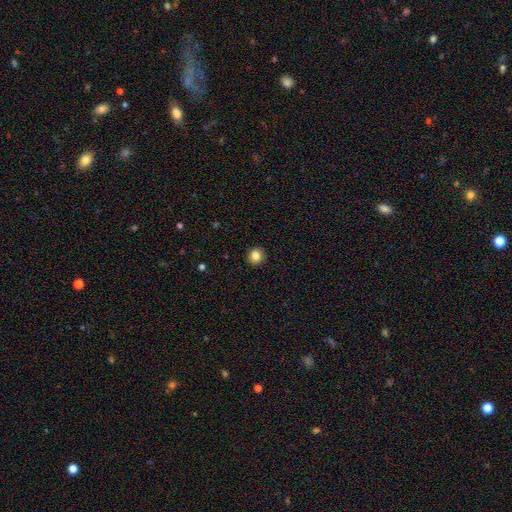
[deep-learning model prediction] A smooth galaxy with no disk features (84%) that is round (89%).

Vote fractions:
- Smooth or featured? smooth: 84% / star or artifact: 10% / featured or disk: 6%
- How rounded? round: 89% / in between: 10% / cigar-shaped: 1%
- Merging? none: 93% / minor disturbance: 5% / major disturbance: 2% / merger: 1%